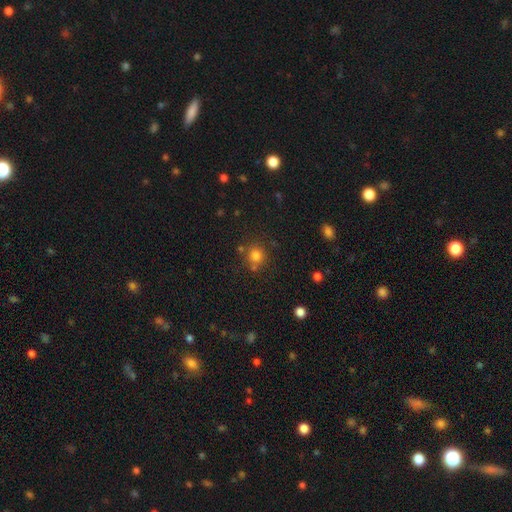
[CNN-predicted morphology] Smooth or featured?
  - smooth: 78% *
  - star or artifact: 15%
  - featured or disk: 7%
How rounded?
  - round: 89% *
  - in between: 10%
  - cigar-shaped: 1%
Merging?
  - none: 72% *
  - merger: 13%
  - minor disturbance: 11%
  - major disturbance: 4%